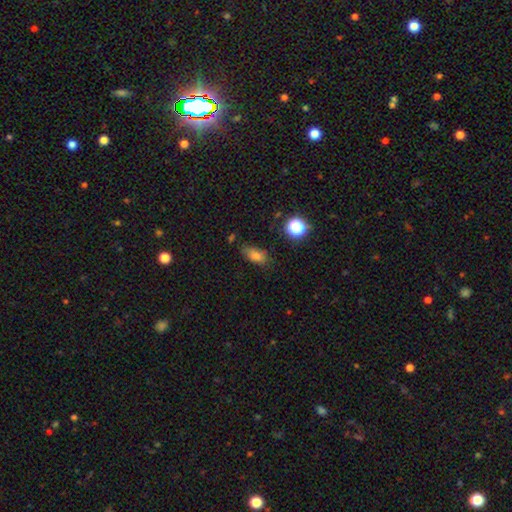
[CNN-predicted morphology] This is likely a smooth galaxy (76%). How rounded: clearly in between (82%). Merging: likely none (64%).